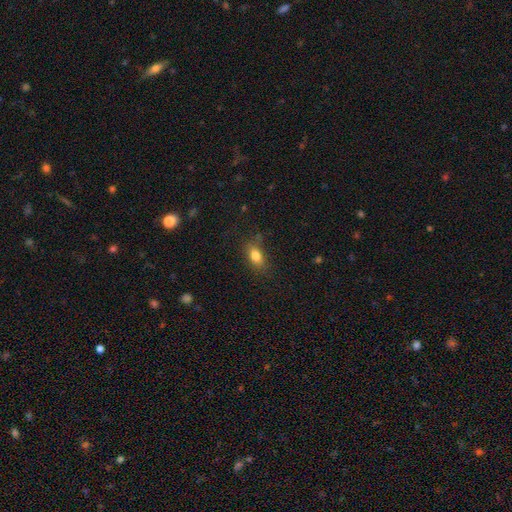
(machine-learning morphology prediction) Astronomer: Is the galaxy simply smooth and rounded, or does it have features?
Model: smooth — 82%.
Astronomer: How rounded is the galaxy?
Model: in between — 82%.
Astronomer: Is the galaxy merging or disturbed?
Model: none — 76%.